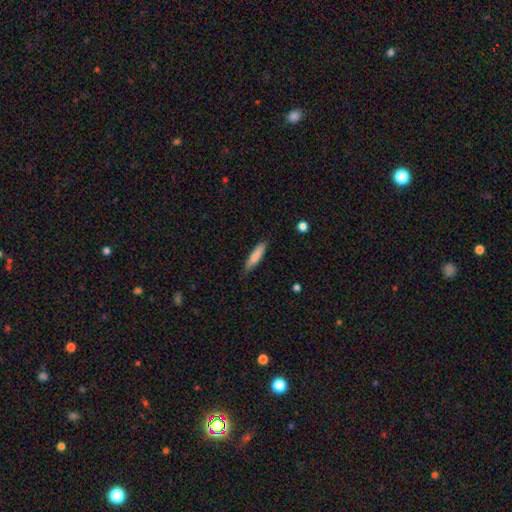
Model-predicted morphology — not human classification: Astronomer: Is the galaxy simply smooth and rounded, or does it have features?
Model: smooth — 82%.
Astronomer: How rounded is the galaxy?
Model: cigar-shaped — 81%.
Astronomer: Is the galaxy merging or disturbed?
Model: none — 82%.